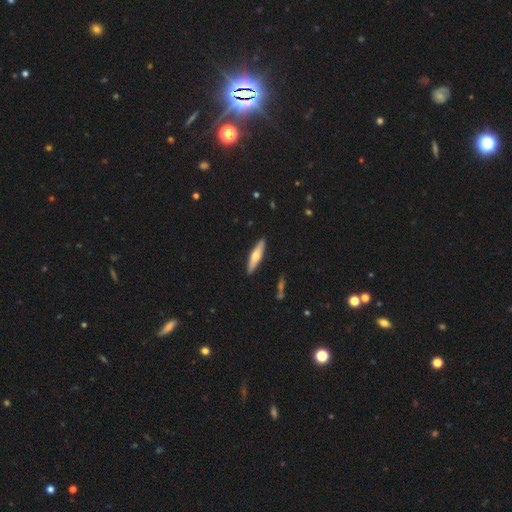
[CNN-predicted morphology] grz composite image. It shows a smooth galaxy with no disk features (48%). Merging: none (90%).